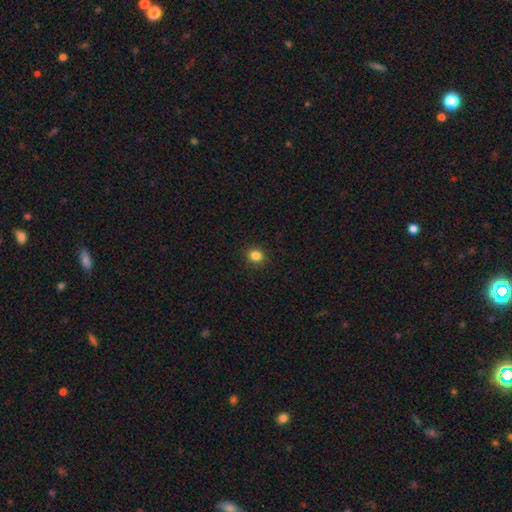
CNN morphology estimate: The model was most divided on "how rounded": round: 83%, in between: 16%, cigar-shaped: 1%. More confident: merging — none (91%); smooth or featured — smooth (84%).